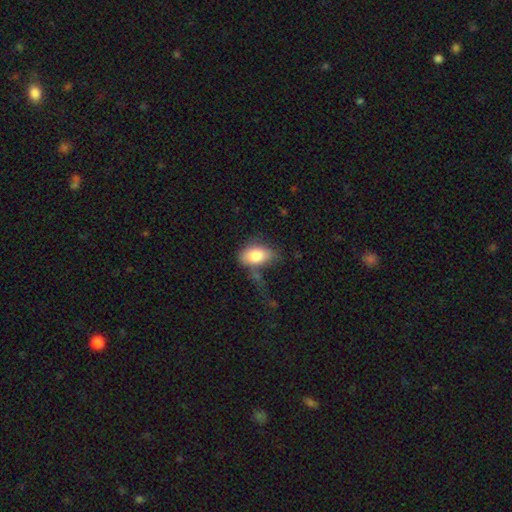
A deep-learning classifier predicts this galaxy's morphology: smooth_or_featured: smooth (p=0.80) [alt: featured or disk p=0.13]
how_rounded: in between (p=0.90) [alt: round p=0.08]
merging: none (p=0.42) [alt: minor disturbance p=0.28]